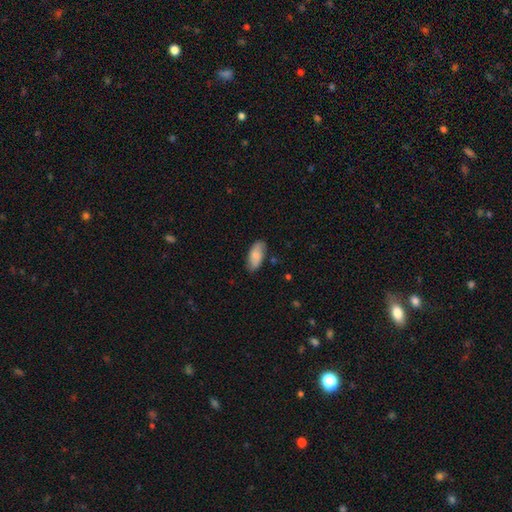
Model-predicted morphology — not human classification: Smooth or featured?
  - smooth: 75% *
  - featured or disk: 19%
  - star or artifact: 6%
How rounded?
  - in between: 90% *
  - cigar-shaped: 8%
  - round: 2%
Merging?
  - none: 80% *
  - minor disturbance: 16%
  - major disturbance: 3%
  - merger: 1%